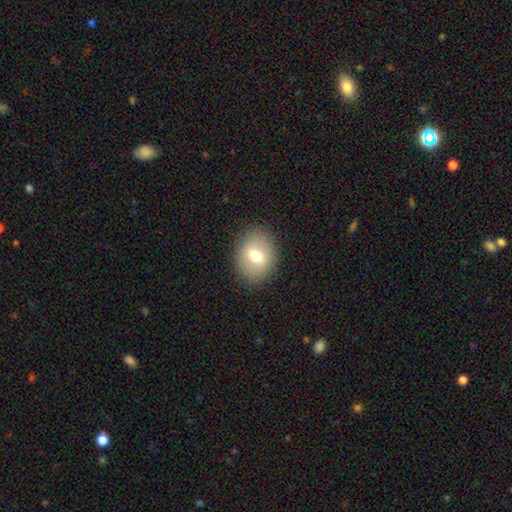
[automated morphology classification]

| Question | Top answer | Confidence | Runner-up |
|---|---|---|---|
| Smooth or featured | smooth | 66% | featured or disk (24%) |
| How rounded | round | 52% | in between (47%) |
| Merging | none | 87% | minor disturbance (9%) |